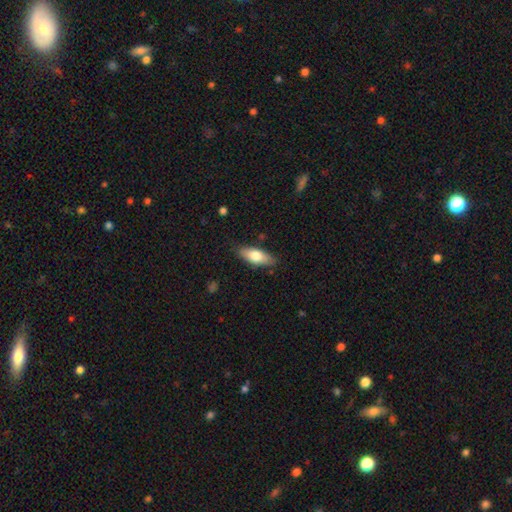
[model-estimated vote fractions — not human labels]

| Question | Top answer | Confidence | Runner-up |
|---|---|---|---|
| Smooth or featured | smooth | 72% | featured or disk (22%) |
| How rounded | in between | 71% | cigar-shaped (27%) |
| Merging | none | 83% | minor disturbance (13%) |